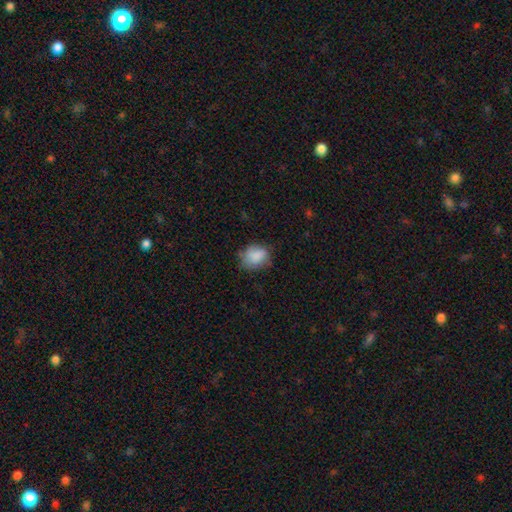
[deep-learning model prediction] smooth 81%, featured or disk 11%, star or artifact 8%. Down the decision tree: how rounded — round (54%); merging — none (60%).